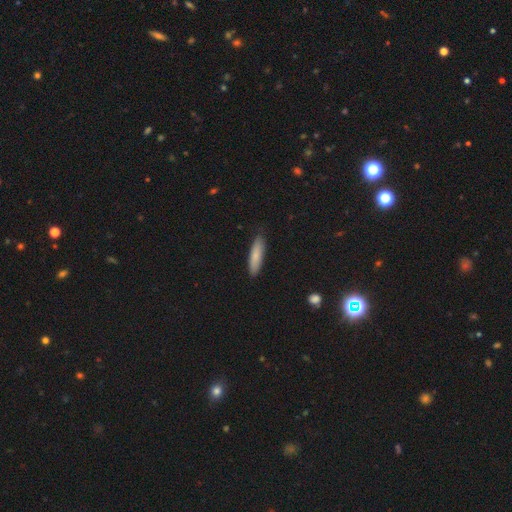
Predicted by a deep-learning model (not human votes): Smooth or featured? smooth (83%)
How rounded? cigar-shaped (74%)
Merging? none (87%)